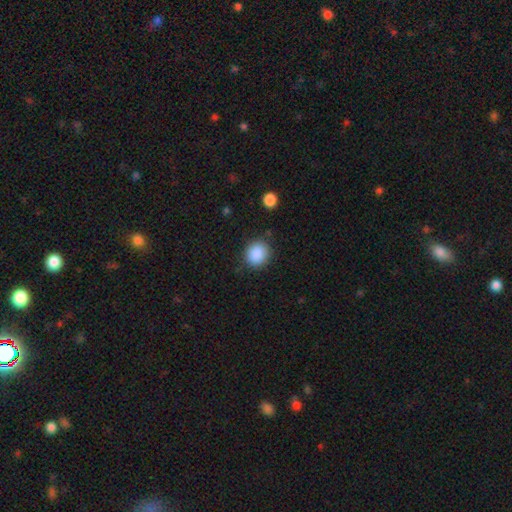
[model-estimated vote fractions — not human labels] A smooth galaxy with no disk features (89%) that is round (79%). Merging: none (85%).